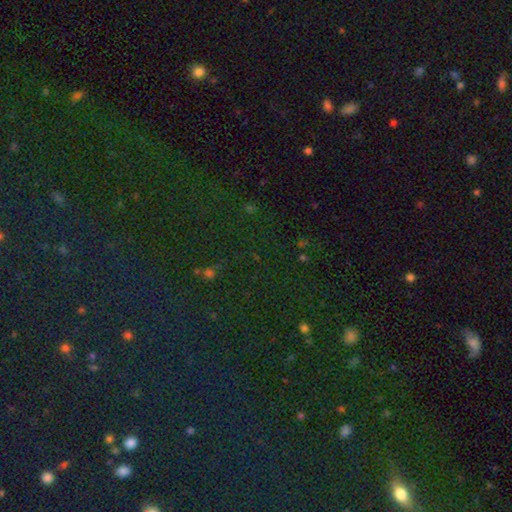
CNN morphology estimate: type=star or artifact (77%).